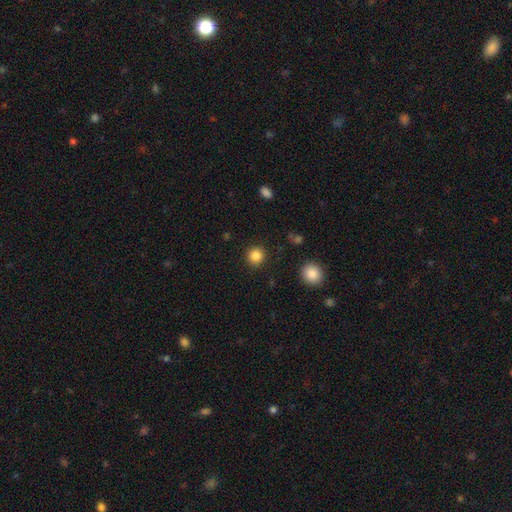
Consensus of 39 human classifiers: smooth_or_featured: smooth (p=0.85) [alt: featured or disk p=0.08]
how_rounded: round (p=0.91) [alt: in between p=0.06]
merging: none (p=0.86) [alt: minor disturbance p=0.11]